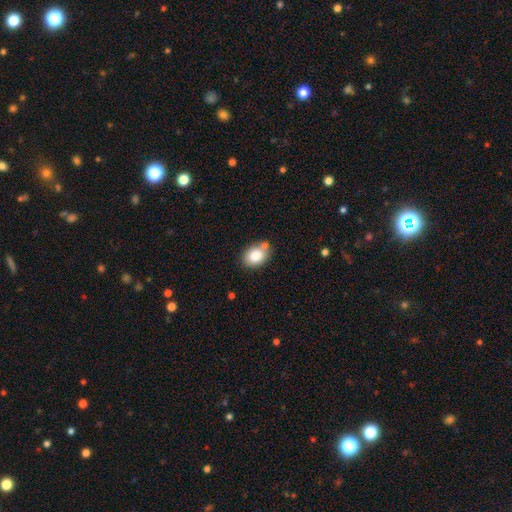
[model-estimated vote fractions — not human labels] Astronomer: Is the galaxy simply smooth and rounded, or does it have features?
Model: smooth — 81%.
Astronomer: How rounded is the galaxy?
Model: in between — 68%.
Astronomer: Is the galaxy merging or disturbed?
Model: none — 65%.